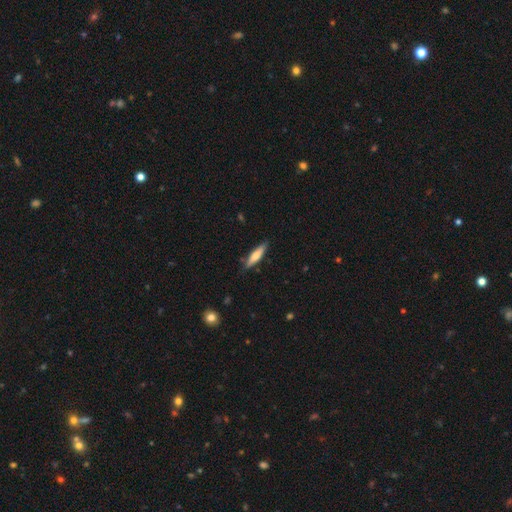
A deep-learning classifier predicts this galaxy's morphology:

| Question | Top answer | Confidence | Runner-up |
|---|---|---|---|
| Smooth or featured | smooth | 64% | featured or disk (31%) |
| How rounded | cigar-shaped | 77% | in between (22%) |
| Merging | none | 84% | minor disturbance (12%) |